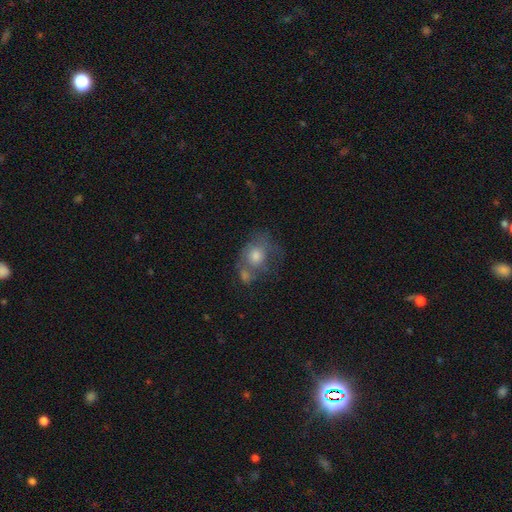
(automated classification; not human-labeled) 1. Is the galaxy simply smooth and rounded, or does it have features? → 53% smooth, 36% featured or disk, 12% star or artifact.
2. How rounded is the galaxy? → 54% round, 45% in between, 2% cigar-shaped.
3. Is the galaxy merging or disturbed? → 36% none, 28% merger, 20% minor disturbance, 16% major disturbance.